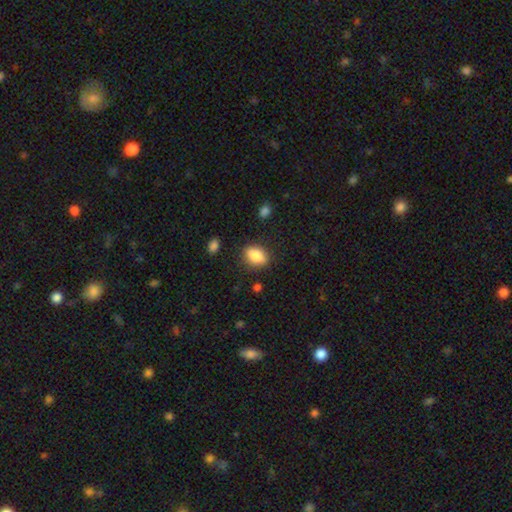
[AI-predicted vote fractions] Q: Smooth or featured?
A: smooth (86%); runner-up: star or artifact (8%)
Q: How rounded?
A: in between (80%); runner-up: round (17%)
Q: Merging?
A: none (82%); runner-up: minor disturbance (12%)